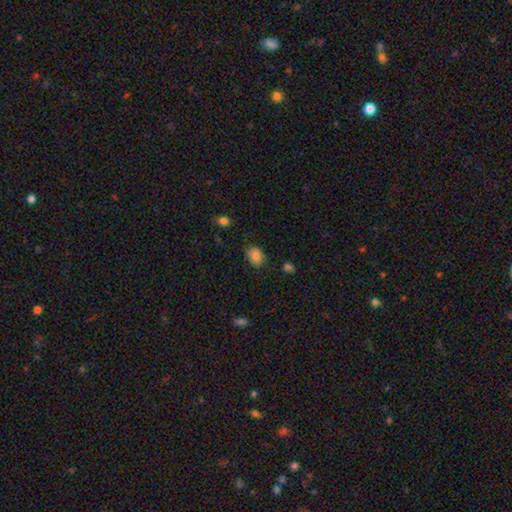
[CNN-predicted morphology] Smooth or featured: smooth — 84% (star or artifact — 9%)
How rounded: in between — 62% (round — 37%)
Merging: none — 76% (minor disturbance — 19%)